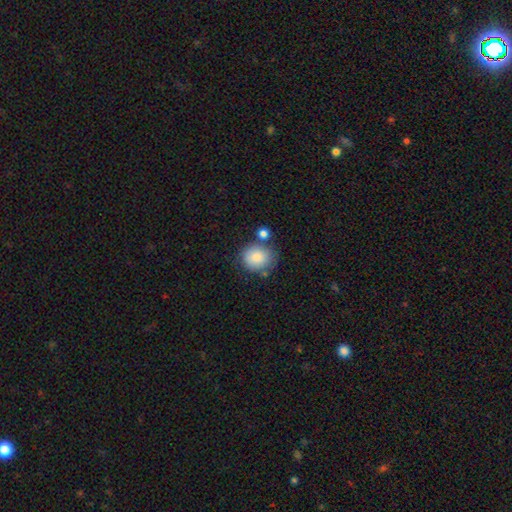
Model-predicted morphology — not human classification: This is clearly a smooth galaxy (86%). How rounded: likely round (71%). Merging: likely none (65%).